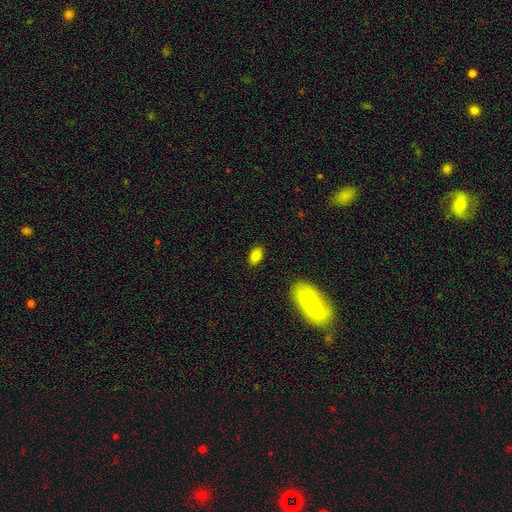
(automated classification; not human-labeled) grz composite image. It shows a smooth galaxy with no disk features (84%) that is in between round and cigar-shaped (90%). Merging: none (86%).